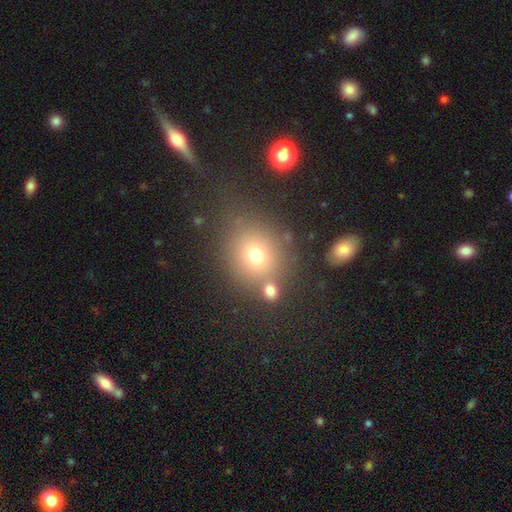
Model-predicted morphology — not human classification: Smooth or featured?
  - smooth: 70% *
  - star or artifact: 18%
  - featured or disk: 12%
How rounded?
  - round: 75% *
  - in between: 23%
  - cigar-shaped: 1%
Merging?
  - none: 70% *
  - minor disturbance: 12%
  - merger: 11%
  - major disturbance: 6%